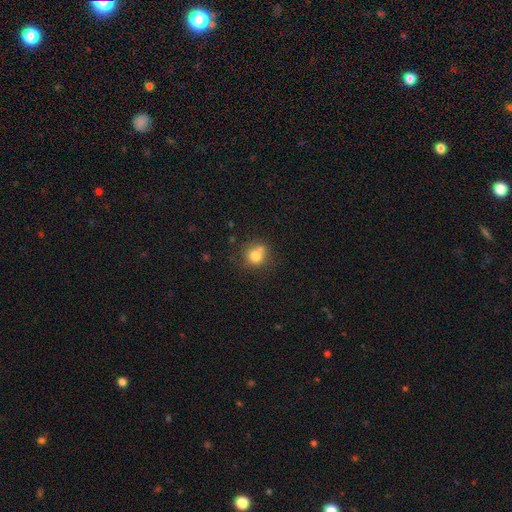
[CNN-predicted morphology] This is likely a smooth galaxy (77%). How rounded: clearly round (84%). Merging: possibly none (56%).